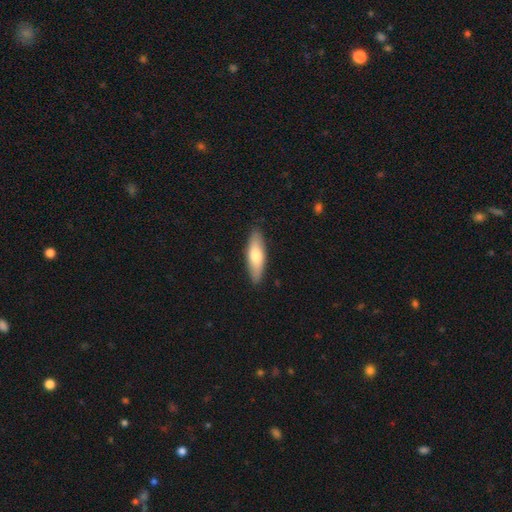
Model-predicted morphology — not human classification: type=smooth (66%); roundness=cigar-shaped (51%); merging=none (88%).